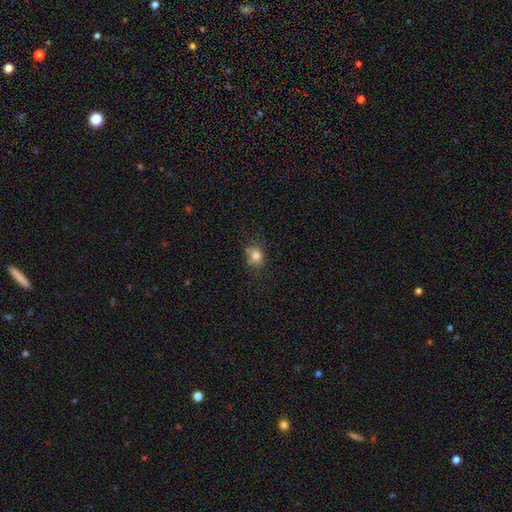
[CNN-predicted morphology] Smooth or featured? Predicted: smooth (p=0.79). How rounded? Predicted: round (p=0.56). Merging? Predicted: none (p=0.60).